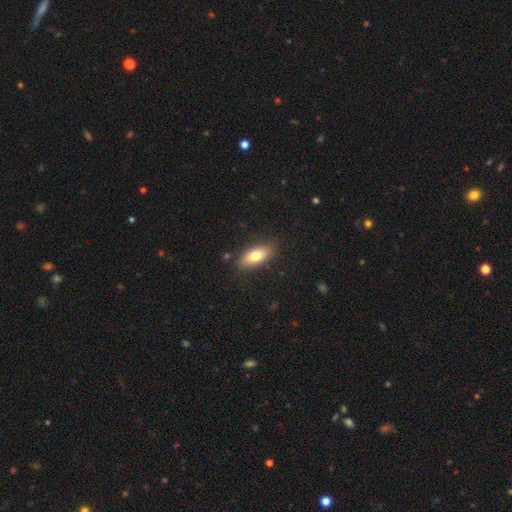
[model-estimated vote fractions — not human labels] Morphology: type=smooth (74%); roundness=in between (79%); merging=none (84%).